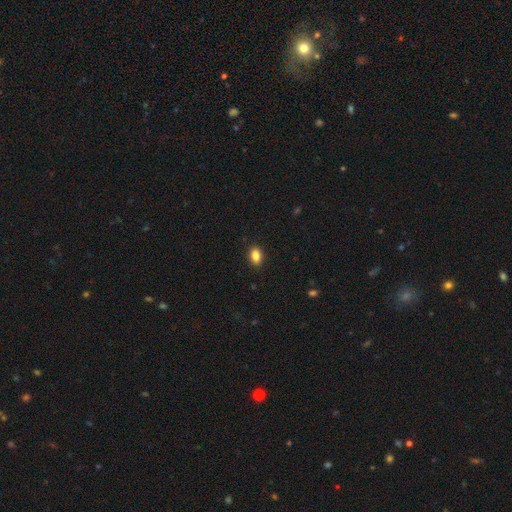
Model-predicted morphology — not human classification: The model was most divided on "how rounded": in between: 85%, round: 13%, cigar-shaped: 2%. More confident: merging — none (89%); smooth or featured — smooth (87%).